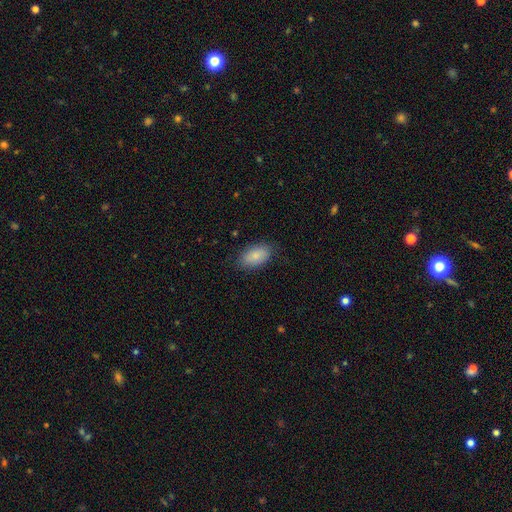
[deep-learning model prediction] A smooth galaxy with no disk features (86%) that is in between round and cigar-shaped (93%).

Vote fractions:
- Smooth or featured? smooth: 86% / featured or disk: 8% / star or artifact: 6%
- How rounded? in between: 93% / round: 4% / cigar-shaped: 2%
- Merging? none: 84% / minor disturbance: 12% / major disturbance: 3% / merger: 1%